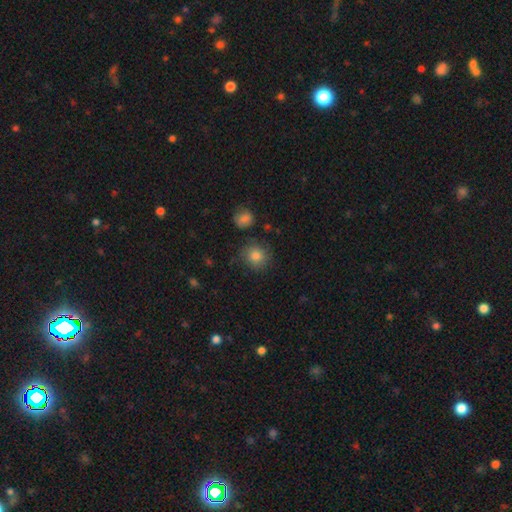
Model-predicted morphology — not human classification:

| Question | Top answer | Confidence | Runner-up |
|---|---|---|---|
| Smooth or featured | smooth | 82% | star or artifact (11%) |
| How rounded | round | 90% | in between (9%) |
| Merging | none | 82% | minor disturbance (12%) |